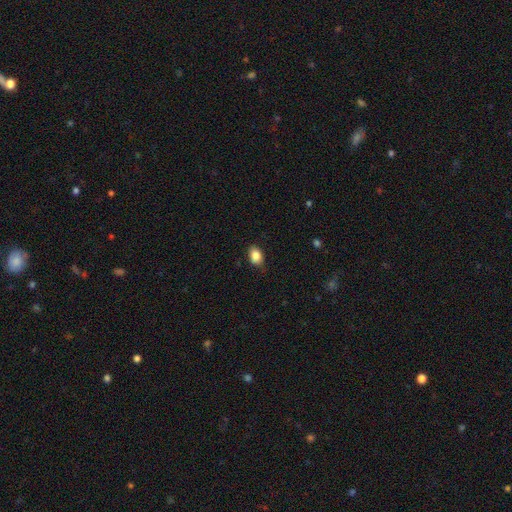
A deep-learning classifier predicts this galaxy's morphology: A smooth galaxy with no disk features (85%) that is in between round and cigar-shaped (80%).

Vote fractions:
- Smooth or featured? smooth: 85% / star or artifact: 8% / featured or disk: 6%
- How rounded? in between: 80% / round: 18% / cigar-shaped: 1%
- Merging? none: 82% / minor disturbance: 15% / major disturbance: 3% / merger: 1%